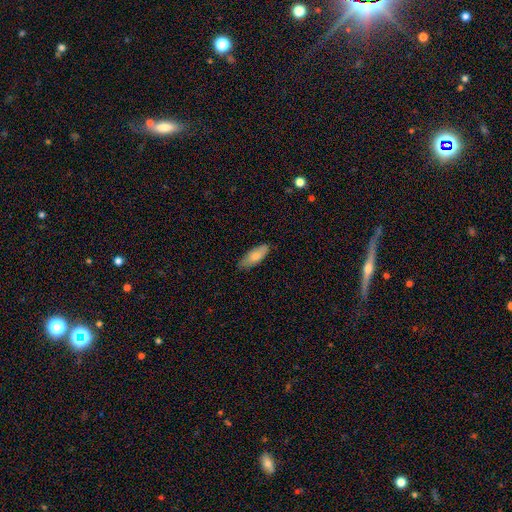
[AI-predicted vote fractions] The model was most divided on "how rounded": in between: 72%, cigar-shaped: 26%, round: 2%. More confident: merging — none (80%); smooth or featured — smooth (76%).